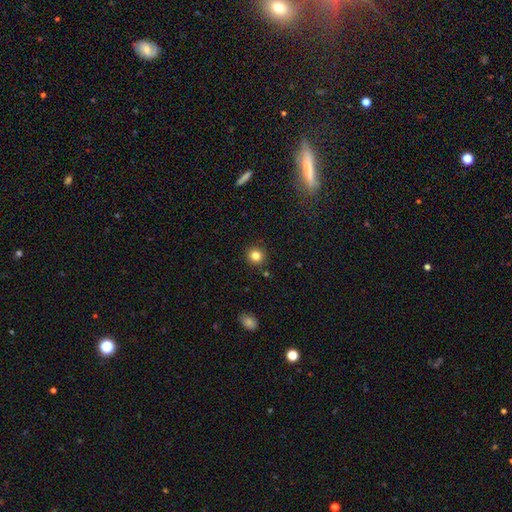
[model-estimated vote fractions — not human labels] Smooth or featured: smooth — 83% (star or artifact — 12%)
How rounded: round — 91% (in between — 8%)
Merging: none — 89% (minor disturbance — 6%)